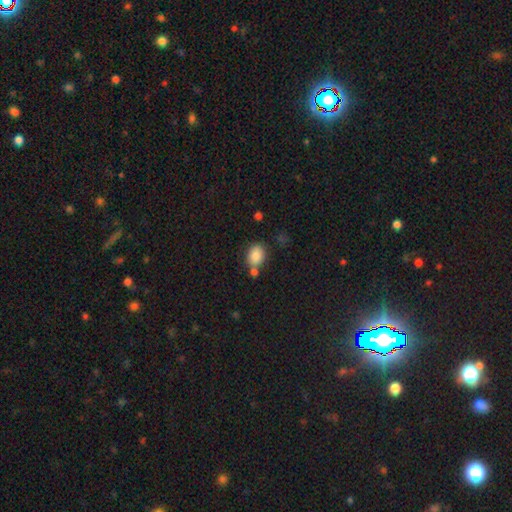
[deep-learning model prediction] This appears to be a smooth galaxy with no disk features (85%) that is in between round and cigar-shaped (64%). Merging: none (64%).